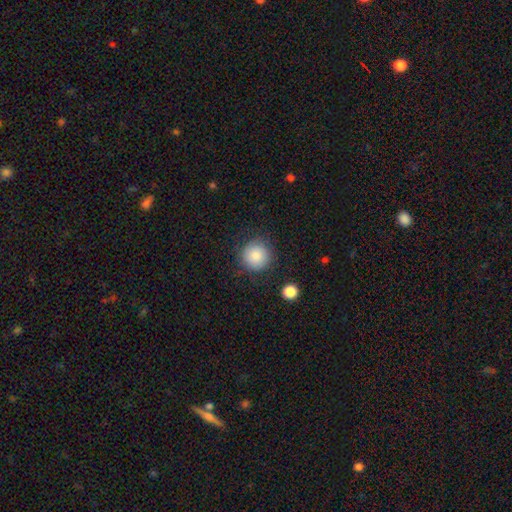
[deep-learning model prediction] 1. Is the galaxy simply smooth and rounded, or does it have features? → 84% smooth, 9% star or artifact, 7% featured or disk.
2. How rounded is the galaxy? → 95% round, 4% in between, 1% cigar-shaped.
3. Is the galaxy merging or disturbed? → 84% none, 10% minor disturbance, 4% major disturbance, 2% merger.